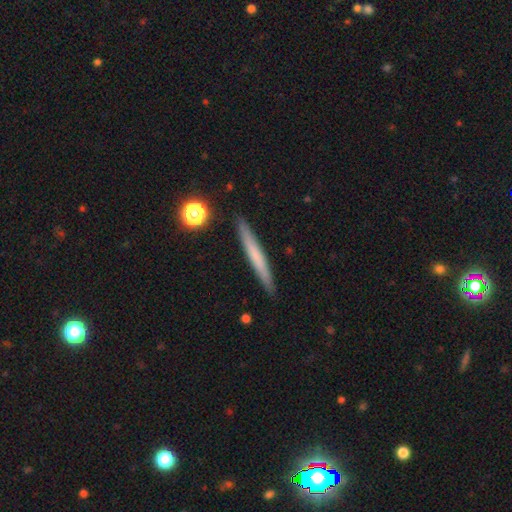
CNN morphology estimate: Smooth or featured? Predicted: smooth (p=0.60). How rounded? Predicted: cigar-shaped (p=0.96). Merging? Predicted: none (p=0.90).